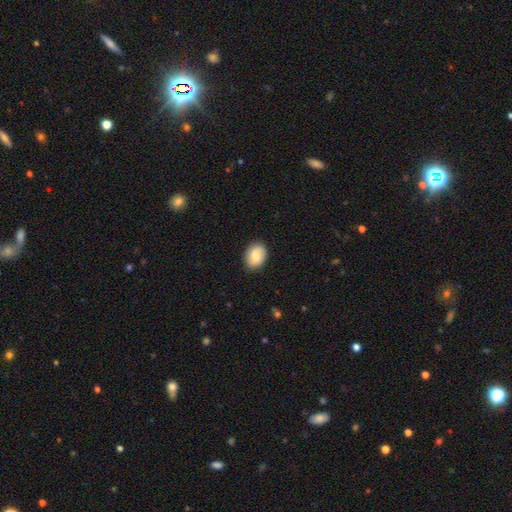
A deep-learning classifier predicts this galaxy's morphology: The model was most divided on "how rounded": in between: 63%, round: 36%, cigar-shaped: 1%. More confident: merging — none (84%); smooth or featured — smooth (67%).